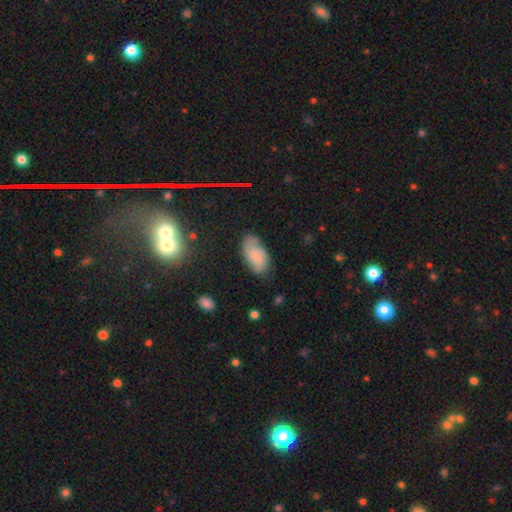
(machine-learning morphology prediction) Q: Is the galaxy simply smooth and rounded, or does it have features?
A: smooth — 52%.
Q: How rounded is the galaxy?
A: in between — 93%.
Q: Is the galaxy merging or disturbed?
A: none — 68%.